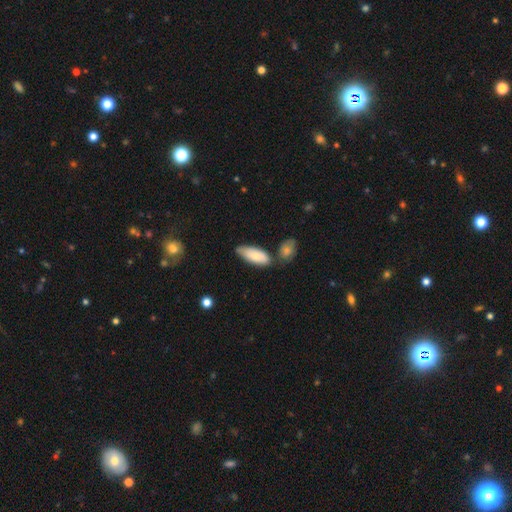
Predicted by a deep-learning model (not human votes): This is likely a smooth galaxy (77%). How rounded: likely in between (79%). Merging: possibly none (54%).